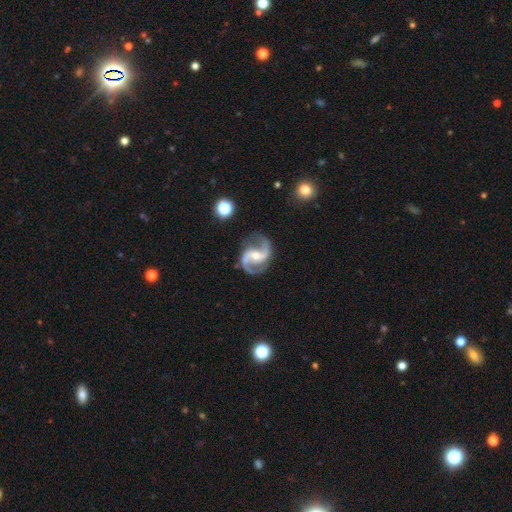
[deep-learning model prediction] Overall: featured or disk (93%). Edge-on disk: no (98%). Bar: weak (39%; no 35%). Spiral arms: yes (98%). Spiral arm count: 2 (94%). Spiral winding: medium (56%; loose 33%). Bulge size: moderate (51%; small 45%). Merging: none (81%).